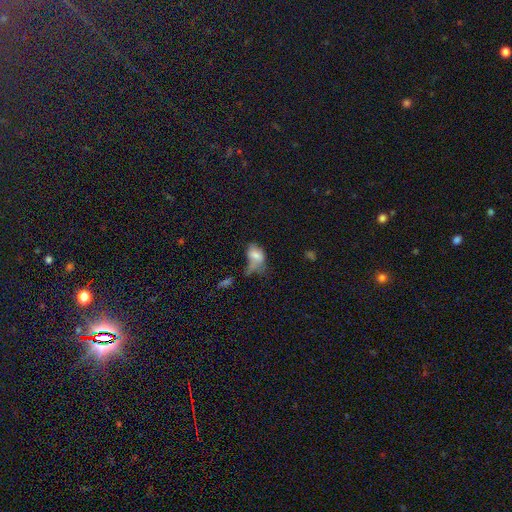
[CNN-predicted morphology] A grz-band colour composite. It shows a smooth galaxy with no disk features (70%) that is in between round and cigar-shaped (84%). Merging: major disturbance (34%).